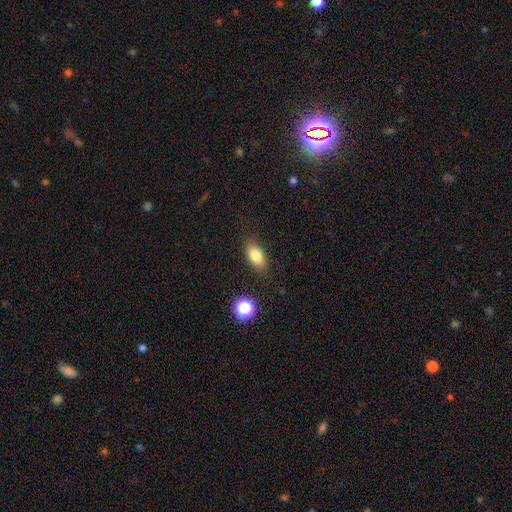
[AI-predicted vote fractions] This appears to be a smooth galaxy with no disk features (80%) that is in between round and cigar-shaped (85%). Merging: none (84%).